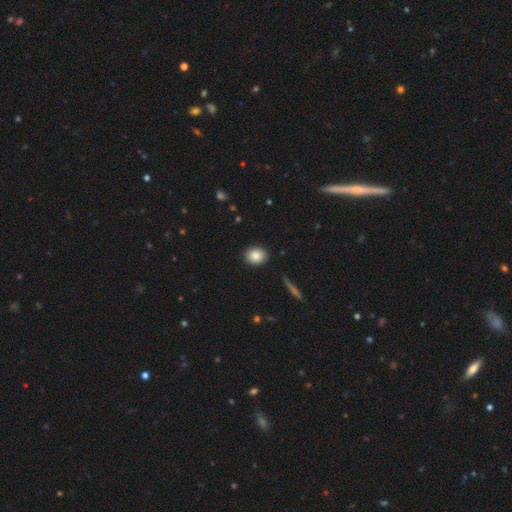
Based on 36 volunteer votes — smooth-or-featured: smooth: 94% | featured or disk: 3% | star or artifact: 3%
  how-rounded: round: 68% | in between: 29% | cigar-shaped: 3%
  merging: none: 89% | minor disturbance: 11% | major disturbance: 0% | merger: 0%